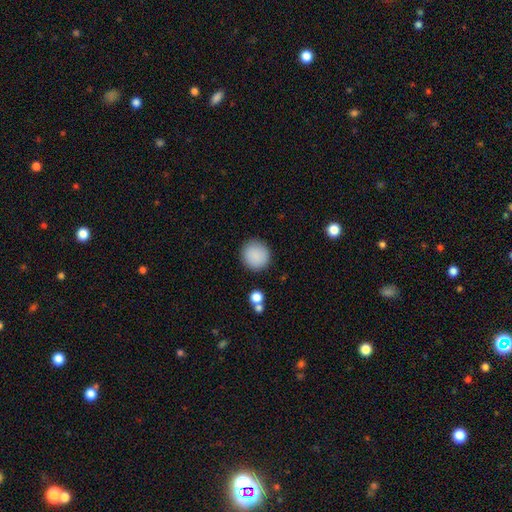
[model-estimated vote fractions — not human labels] Smooth or featured?
  - smooth: 88% *
  - star or artifact: 8%
  - featured or disk: 4%
How rounded?
  - round: 92% *
  - in between: 7%
  - cigar-shaped: 1%
Merging?
  - none: 88% *
  - minor disturbance: 7%
  - major disturbance: 2%
  - merger: 2%